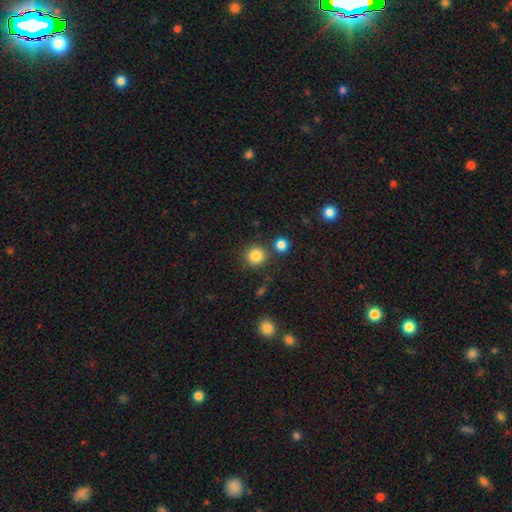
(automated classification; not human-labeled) Overall: smooth (84%). How rounded: round (92%). Merging: none (82%).